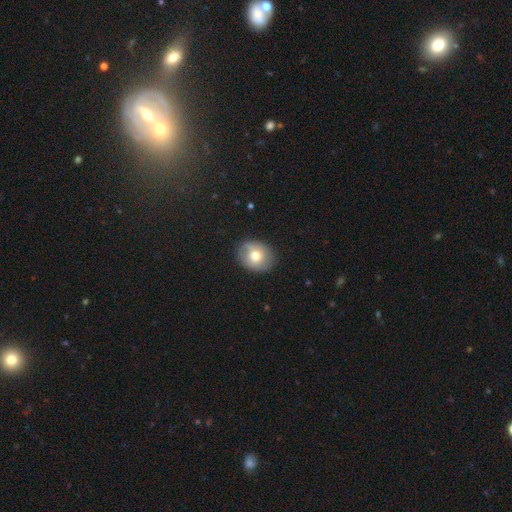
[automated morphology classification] type=smooth (66%); roundness=round (59%); merging=none (82%).